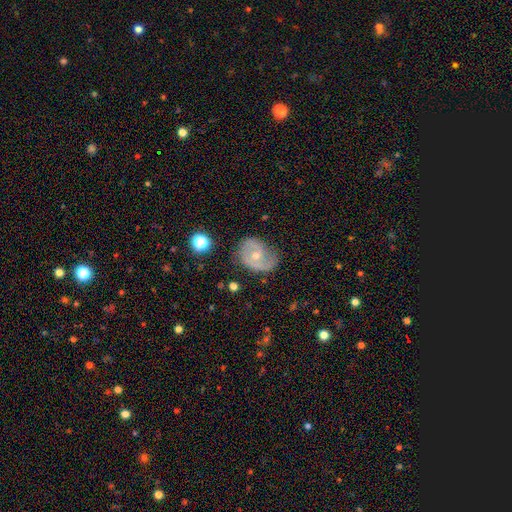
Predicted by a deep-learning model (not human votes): A featured or disk galaxy (70%) with no bar (66%), 2 (62%) medium (44%) spiral arms (83%) and a small central bulge (52%).

Vote fractions:
- Smooth or featured? featured or disk: 70% / smooth: 22% / star or artifact: 7%
- Edge-on disk? no: 97% / yes: 3%
- Bar? no: 66% / weak: 28% / strong: 6%
- Spiral arms? yes: 83% / no: 17%
- Spiral winding? medium: 44% / tight: 31% / loose: 25%
- Spiral arm count? 2: 62% / 1: 21% / can't tell: 13% / 3: 2% / 4: 1% / more than 4: 1%
- Bulge size? small: 52% / moderate: 45% / large: 1% / none: 1% / dominant: 1%
- Merging? none: 59% / minor disturbance: 26% / major disturbance: 13% / merger: 2%